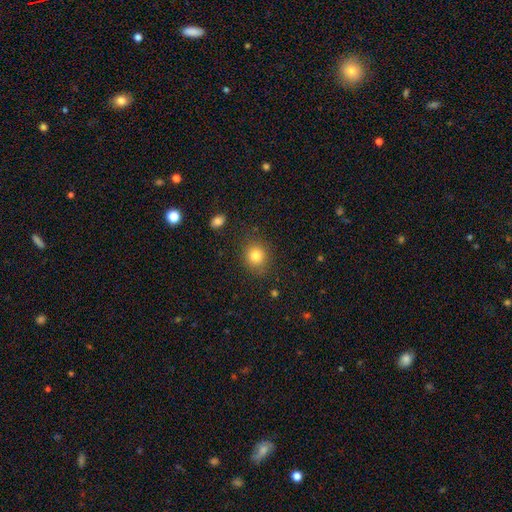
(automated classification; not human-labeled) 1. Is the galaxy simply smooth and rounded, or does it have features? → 82% smooth, 11% star or artifact, 7% featured or disk.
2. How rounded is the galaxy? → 81% round, 18% in between, 1% cigar-shaped.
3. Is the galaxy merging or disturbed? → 85% none, 10% minor disturbance, 3% major disturbance, 2% merger.